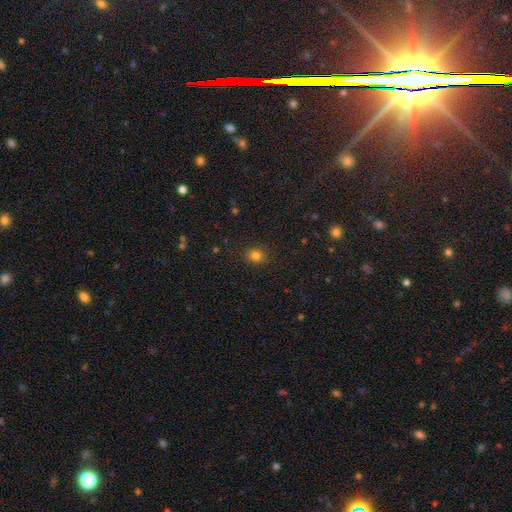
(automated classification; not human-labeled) A smooth galaxy with no disk features (80%) that is round (70%). Merging: none (88%).